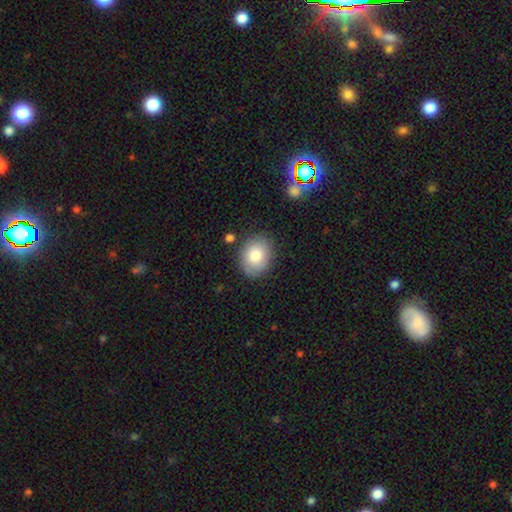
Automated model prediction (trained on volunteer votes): Overall: smooth (80%). How rounded: in between (52%; round 48%). Merging: none (81%).